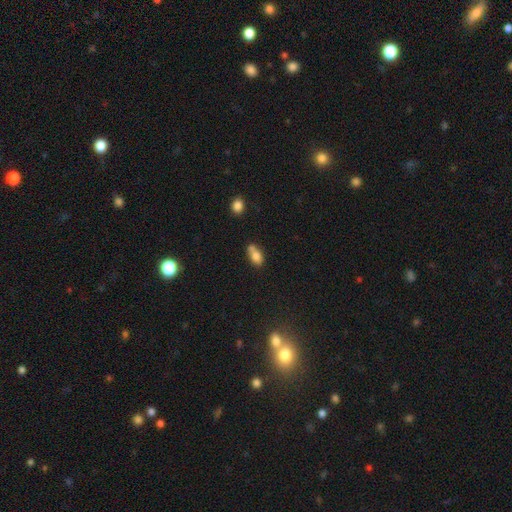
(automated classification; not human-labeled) Smooth or featured?
  - smooth: 76% *
  - featured or disk: 14%
  - star or artifact: 10%
How rounded?
  - in between: 83% *
  - round: 10%
  - cigar-shaped: 7%
Merging?
  - none: 39% *
  - merger: 34%
  - minor disturbance: 20%
  - major disturbance: 7%